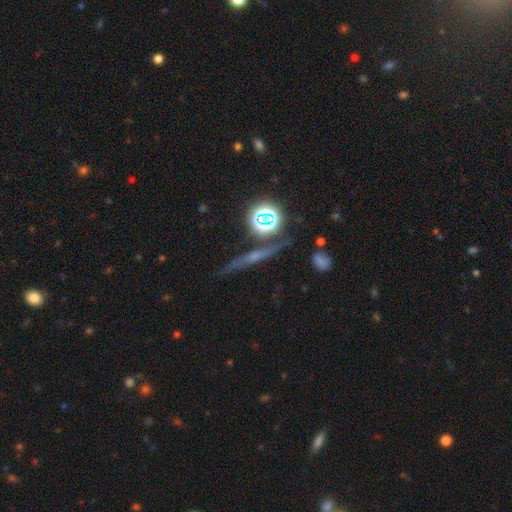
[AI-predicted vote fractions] smooth_or_featured: featured or disk (p=0.42) [alt: star or artifact p=0.31]
merging: none (p=0.81) [alt: minor disturbance p=0.10]